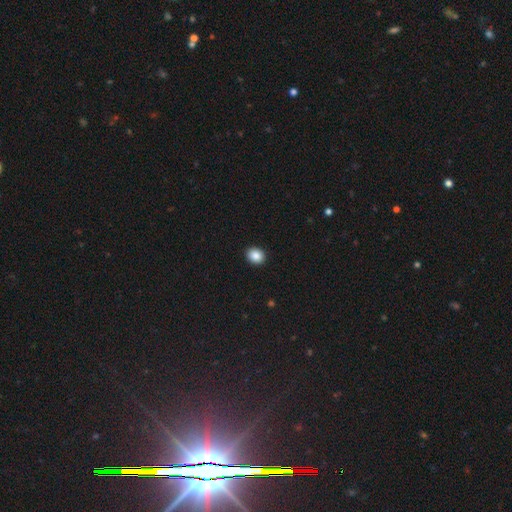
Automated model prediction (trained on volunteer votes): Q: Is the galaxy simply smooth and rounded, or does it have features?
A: smooth — 87%.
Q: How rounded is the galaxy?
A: round — 66%.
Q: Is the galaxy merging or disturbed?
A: none — 92%.